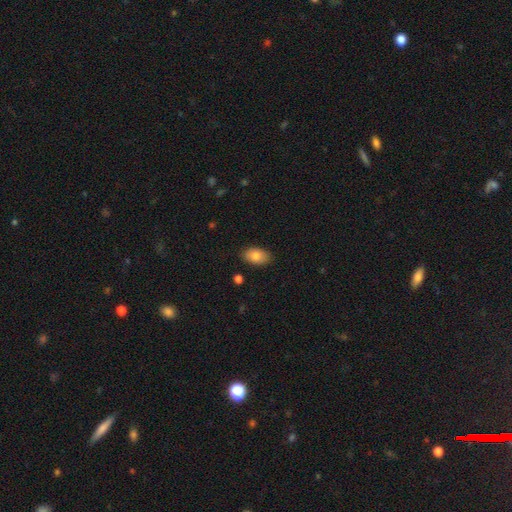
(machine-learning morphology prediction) A smooth galaxy with no disk features (82%) that is in between round and cigar-shaped (92%).

Vote fractions:
- Smooth or featured? smooth: 82% / featured or disk: 10% / star or artifact: 7%
- How rounded? in between: 92% / round: 6% / cigar-shaped: 1%
- Merging? none: 86% / minor disturbance: 10% / major disturbance: 2% / merger: 1%